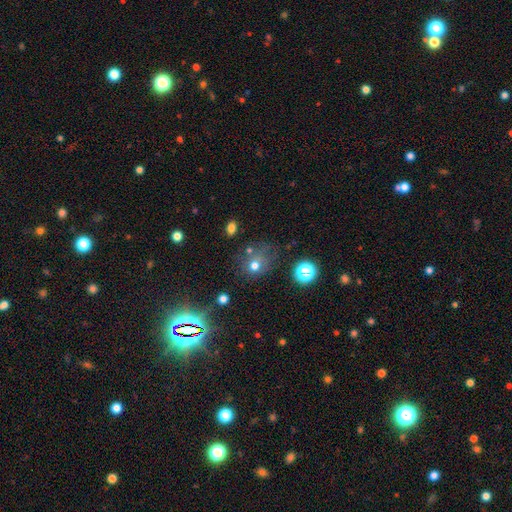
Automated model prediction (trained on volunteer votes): Smooth or featured? Predicted: smooth (p=0.44). Merging? Predicted: none (p=0.62).